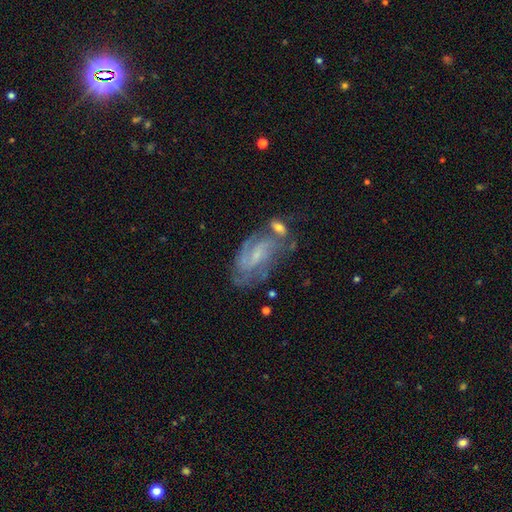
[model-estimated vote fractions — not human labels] This appears to be a featured or disk galaxy (79%) with a weak bar (49%), 2 (49%) medium (47%) spiral arms (92%) and a small central bulge (63%). Merging: none (48%).